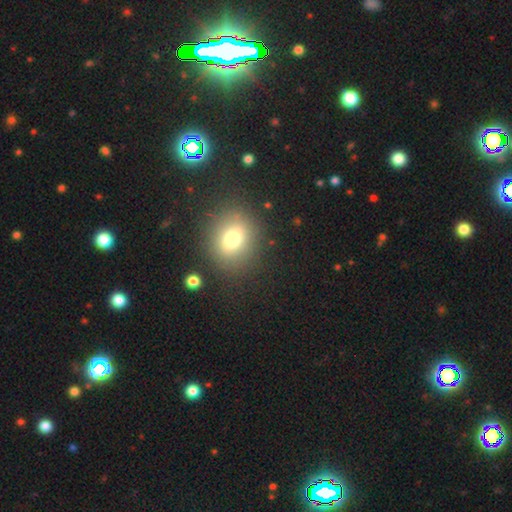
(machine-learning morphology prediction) The model was most divided on "how rounded": round: 53%, in between: 46%, cigar-shaped: 2%. More confident: merging — none (88%); smooth or featured — smooth (61%).